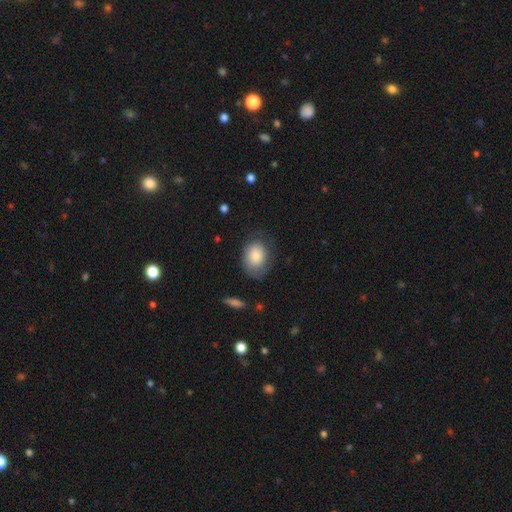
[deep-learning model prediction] Smooth or featured: smooth — 79% (featured or disk — 14%)
How rounded: in between — 63% (round — 36%)
Merging: none — 62% (minor disturbance — 24%)